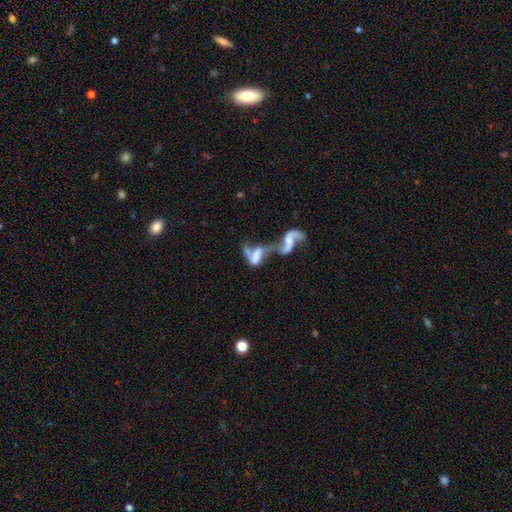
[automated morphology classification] Smooth or featured? Predicted: featured or disk (p=0.58). Edge-on disk? Predicted: no (p=0.93). Bar? Predicted: no (p=0.51). Spiral arms? Predicted: yes (p=0.53). Bulge size? Predicted: none (p=0.51). Merging? Predicted: merger (p=0.80).